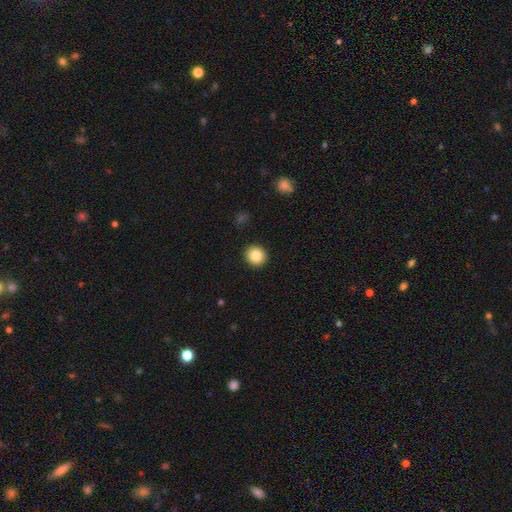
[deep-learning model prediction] Q: Smooth or featured?
A: smooth (84%); runner-up: star or artifact (9%)
Q: How rounded?
A: round (91%); runner-up: in between (8%)
Q: Merging?
A: none (93%); runner-up: minor disturbance (5%)